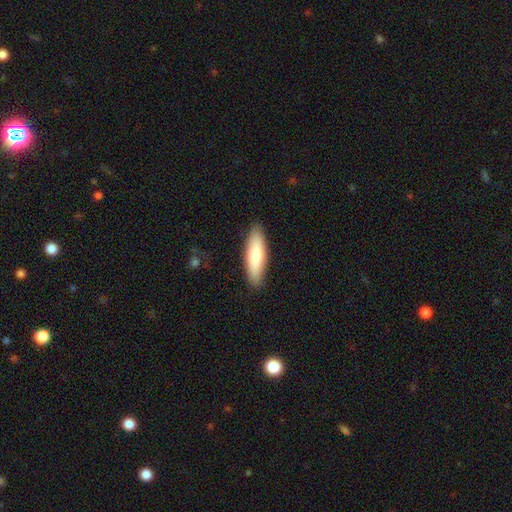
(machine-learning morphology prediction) smooth-or-featured: smooth: 76% | featured or disk: 18% | star or artifact: 5%
  how-rounded: cigar-shaped: 56% | in between: 42% | round: 2%
  merging: none: 88% | minor disturbance: 9% | major disturbance: 2% | merger: 1%